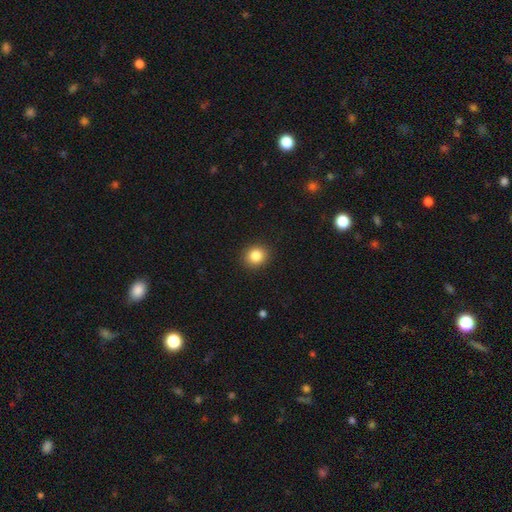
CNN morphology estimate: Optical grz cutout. It shows a smooth galaxy with no disk features (84%) that is round (79%). Merging: none (91%).